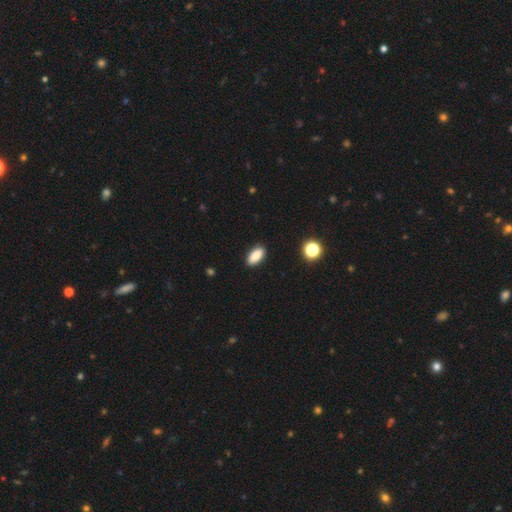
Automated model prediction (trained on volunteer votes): The model was most divided on "smooth or featured": smooth: 87%, star or artifact: 8%, featured or disk: 5%. More confident: how rounded — in between (89%); merging — none (89%).